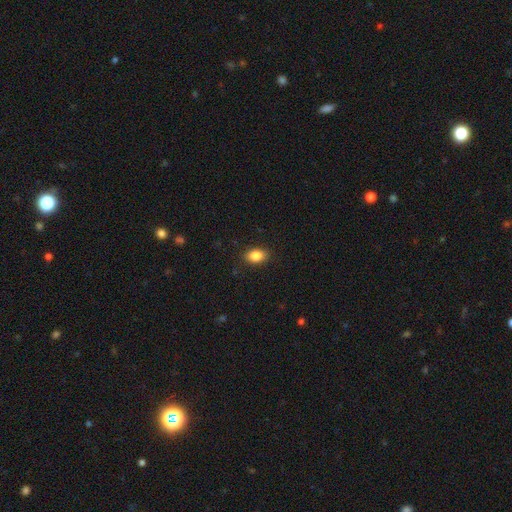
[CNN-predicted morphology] A smooth galaxy with no disk features (86%) that is in between round and cigar-shaped (85%).

Vote fractions:
- Smooth or featured? smooth: 86% / star or artifact: 8% / featured or disk: 5%
- How rounded? in between: 85% / round: 14% / cigar-shaped: 2%
- Merging? none: 89% / minor disturbance: 8% / major disturbance: 2% / merger: 1%